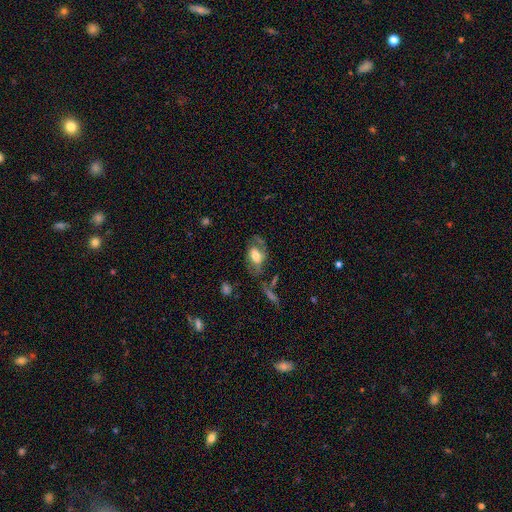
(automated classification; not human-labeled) This appears to be a featured or disk galaxy (47%). Merging: none (45%).